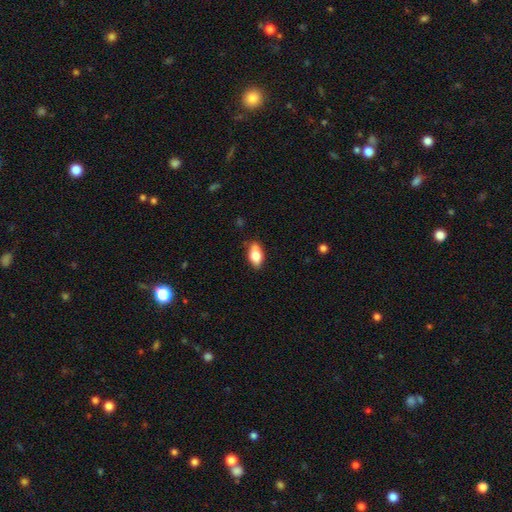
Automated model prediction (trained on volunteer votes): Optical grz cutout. It shows a smooth galaxy with no disk features (74%) that is in between round and cigar-shaped (86%). Merging: none (73%).